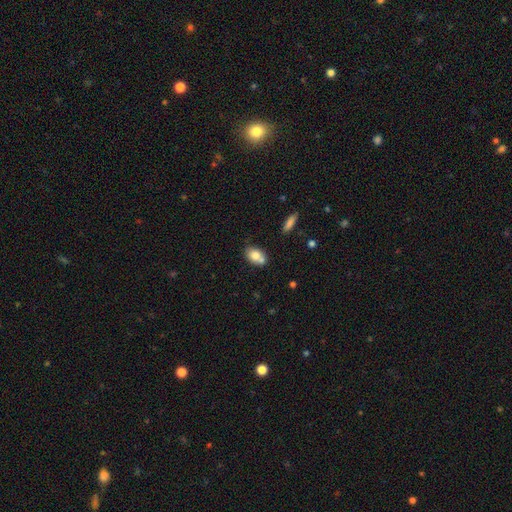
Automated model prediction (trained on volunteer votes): smooth_or_featured: smooth (p=0.76) [alt: featured or disk p=0.15]
how_rounded: in between (p=0.79) [alt: round p=0.19]
merging: none (p=0.48) [alt: merger p=0.34]